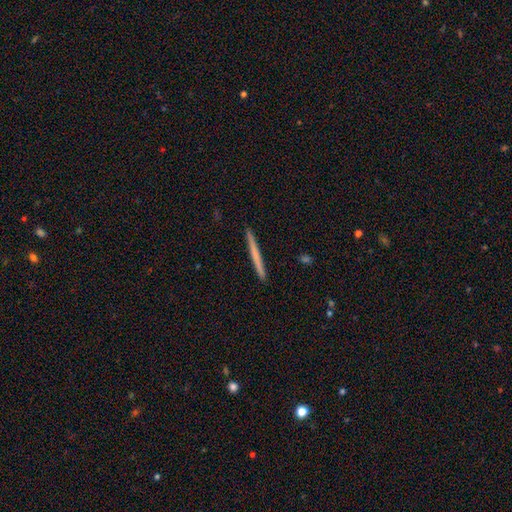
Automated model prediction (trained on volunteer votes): Q: Smooth or featured?
A: smooth (61%); runner-up: featured or disk (34%)
Q: How rounded?
A: cigar-shaped (97%); runner-up: in between (2%)
Q: Merging?
A: none (93%); runner-up: minor disturbance (5%)